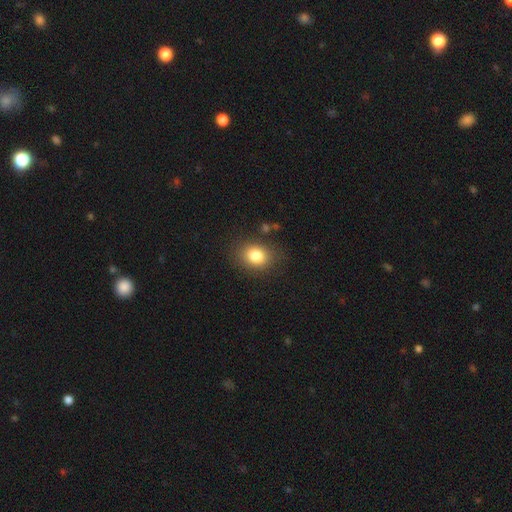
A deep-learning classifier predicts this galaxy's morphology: Smooth or featured? smooth (82%)
How rounded? round (50%)
Merging? none (82%)